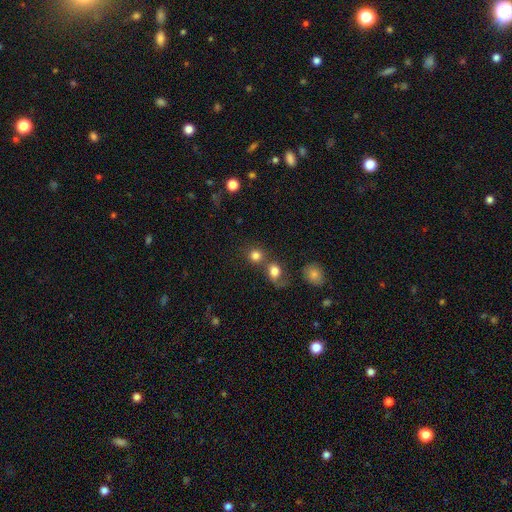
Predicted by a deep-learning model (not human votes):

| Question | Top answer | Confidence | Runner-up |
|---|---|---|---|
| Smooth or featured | smooth | 80% | star or artifact (12%) |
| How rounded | round | 84% | in between (15%) |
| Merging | none | 52% | merger (35%) |